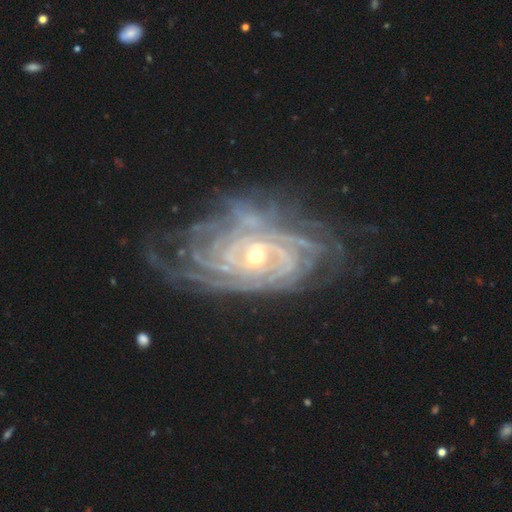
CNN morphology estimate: Smooth or featured? featured or disk (90%)
Edge-on disk? no (96%)
Bar? no (64%)
Spiral arms? yes (98%)
Spiral winding? tight (80%)
Spiral arm count? more than 4 (29%)
Bulge size? small (57%)
Merging? none (66%)